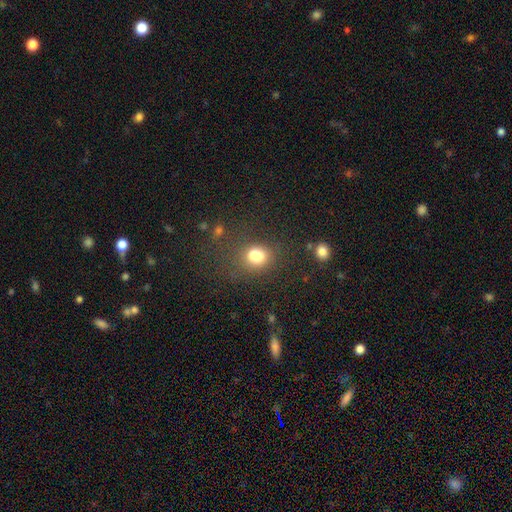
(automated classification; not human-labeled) smooth_or_featured: smooth (p=0.77) [alt: star or artifact p=0.14]
how_rounded: round (p=0.59) [alt: in between p=0.40]
merging: none (p=0.55) [alt: minor disturbance p=0.17]